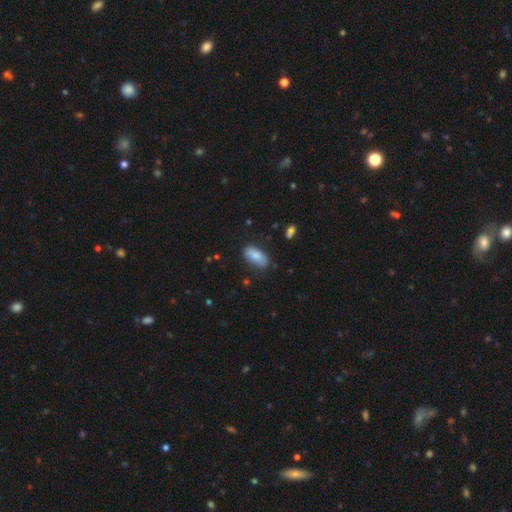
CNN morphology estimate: Smooth or featured? Predicted: smooth (p=0.85). How rounded? Predicted: in between (p=0.89). Merging? Predicted: none (p=0.77).